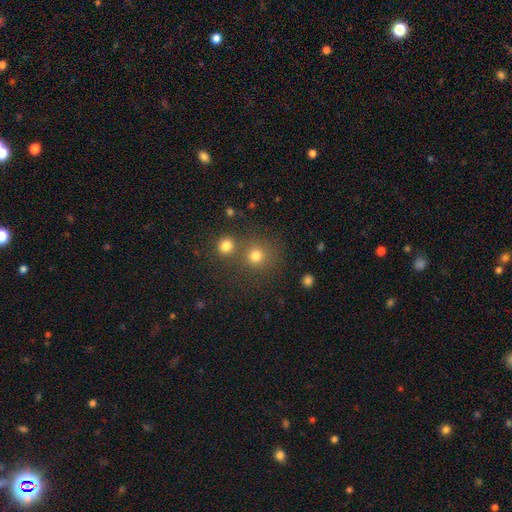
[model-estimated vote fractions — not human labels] Morphology: type=smooth (77%); roundness=round (91%); merging=none (68%).